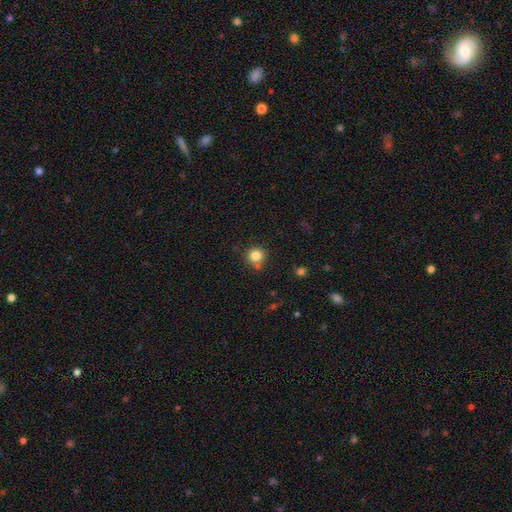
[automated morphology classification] smooth 82%, star or artifact 11%, featured or disk 7%. Down the decision tree: how rounded — round (92%); merging — none (75%).